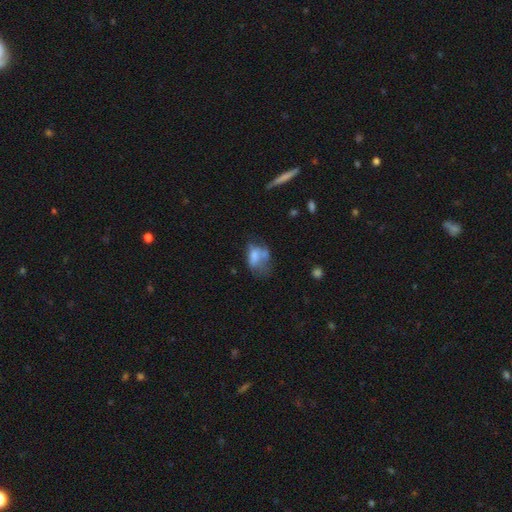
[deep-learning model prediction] Smooth or featured?
  - smooth: 58% *
  - featured or disk: 30%
  - star or artifact: 12%
How rounded?
  - in between: 83% *
  - round: 14%
  - cigar-shaped: 3%
Merging?
  - major disturbance: 34% *
  - none: 23%
  - minor disturbance: 22%
  - merger: 21%